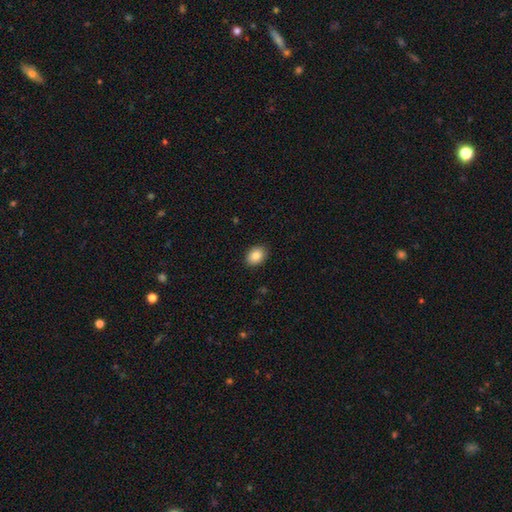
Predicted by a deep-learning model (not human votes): A smooth galaxy with no disk features (85%) that is in between round and cigar-shaped (67%).

Vote fractions:
- Smooth or featured? smooth: 85% / star or artifact: 8% / featured or disk: 7%
- How rounded? in between: 67% / round: 32% / cigar-shaped: 1%
- Merging? none: 90% / minor disturbance: 7% / major disturbance: 2% / merger: 1%